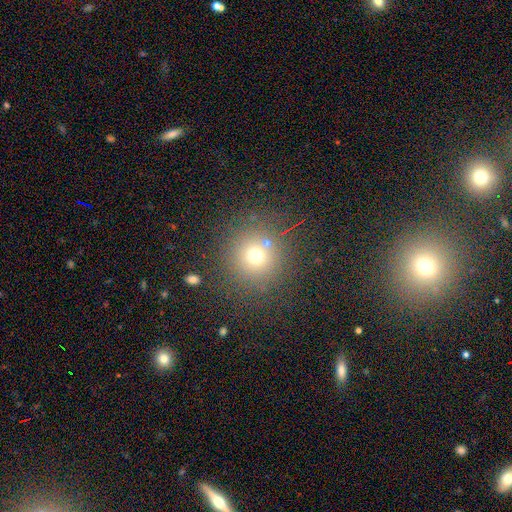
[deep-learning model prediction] Smooth or featured? Predicted: smooth (p=0.67). How rounded? Predicted: round (p=0.93). Merging? Predicted: none (p=0.82).